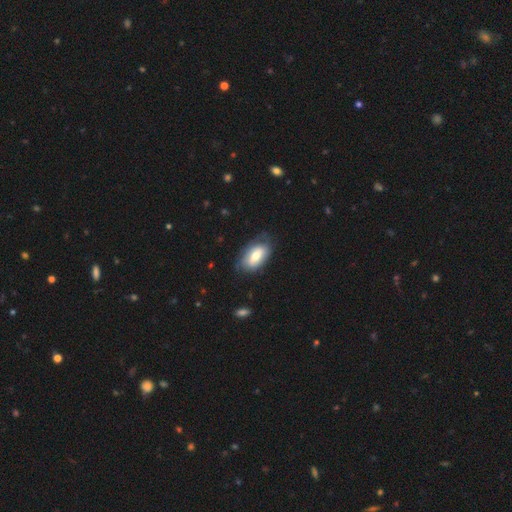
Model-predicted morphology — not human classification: The model was most divided on "smooth or featured": smooth: 59%, featured or disk: 35%, star or artifact: 6%. More confident: how rounded — in between (92%); merging — none (66%).